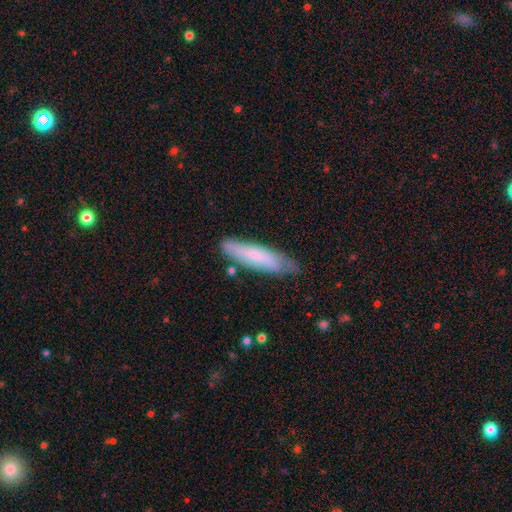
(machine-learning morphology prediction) The model was most divided on "smooth or featured": smooth: 66%, featured or disk: 28%, star or artifact: 6%. More confident: how rounded — cigar-shaped (75%); merging — none (72%).